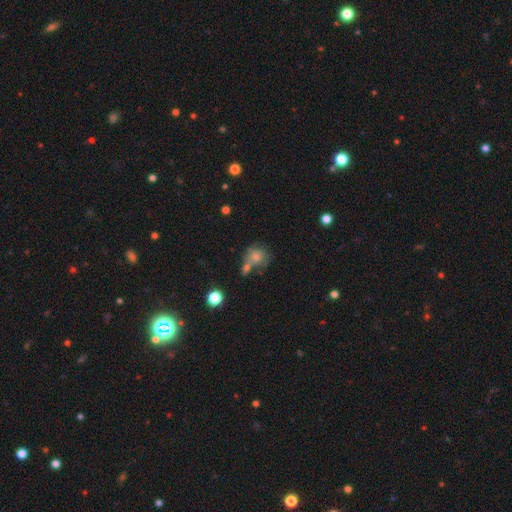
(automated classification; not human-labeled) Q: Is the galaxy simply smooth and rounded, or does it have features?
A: smooth — 66%.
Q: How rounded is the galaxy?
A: round — 79%.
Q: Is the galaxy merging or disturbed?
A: none — 45%.